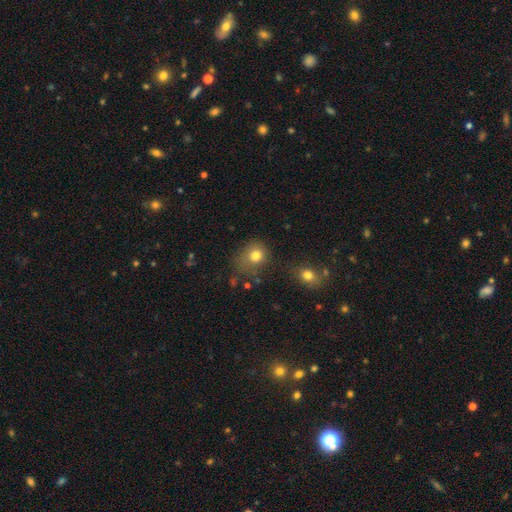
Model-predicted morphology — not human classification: Smooth or featured? smooth (78%)
How rounded? round (72%)
Merging? none (57%)